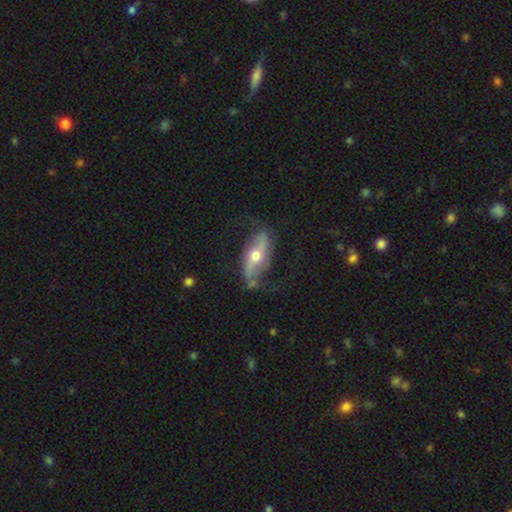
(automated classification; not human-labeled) Smooth or featured? featured or disk (75%)
Edge-on disk? no (78%)
Bar? no (44%)
Spiral arms? yes (82%)
Bulge size? moderate (73%)
Merging? none (64%)